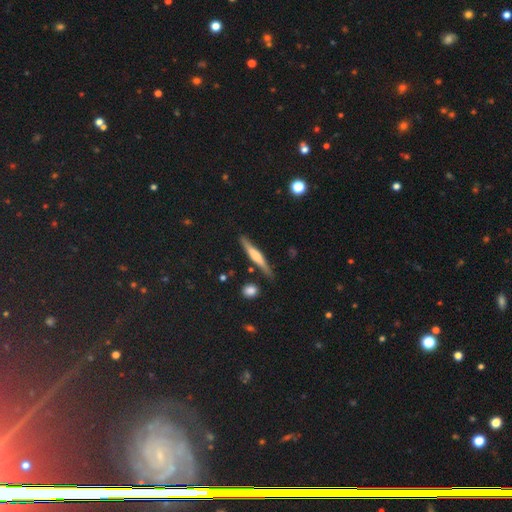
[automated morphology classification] Q: Smooth or featured?
A: featured or disk (57%); runner-up: smooth (36%)
Q: Edge-on disk?
A: yes (96%); runner-up: no (4%)
Q: Edge-on bulge?
A: rounded (54%); runner-up: boxy (30%)
Q: Merging?
A: none (83%); runner-up: minor disturbance (12%)